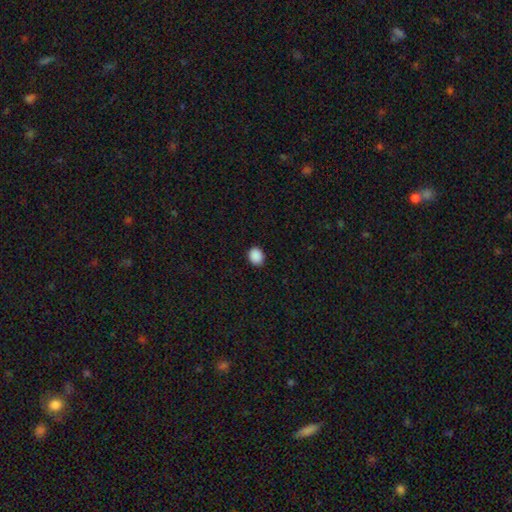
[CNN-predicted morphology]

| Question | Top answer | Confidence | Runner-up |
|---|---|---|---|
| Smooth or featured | smooth | 89% | star or artifact (8%) |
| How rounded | round | 52% | in between (47%) |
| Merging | none | 90% | minor disturbance (7%) |